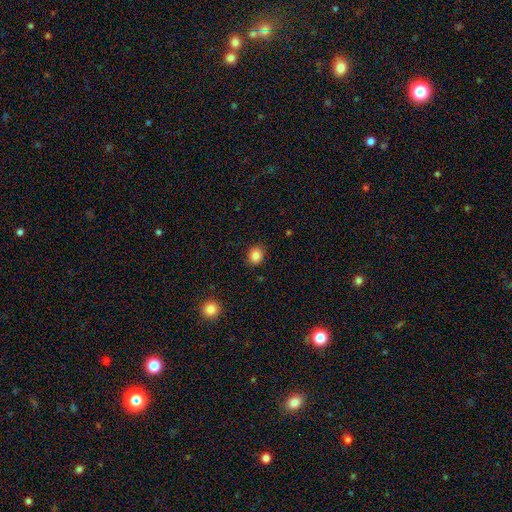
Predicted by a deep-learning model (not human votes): Smooth or featured: smooth — 85% (star or artifact — 11%)
How rounded: round — 72% (in between — 27%)
Merging: none — 88% (minor disturbance — 9%)